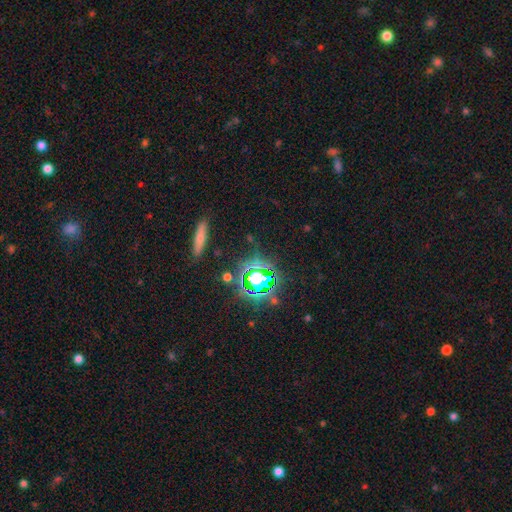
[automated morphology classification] This is likely a star or artifact rather than a galaxy (68%).